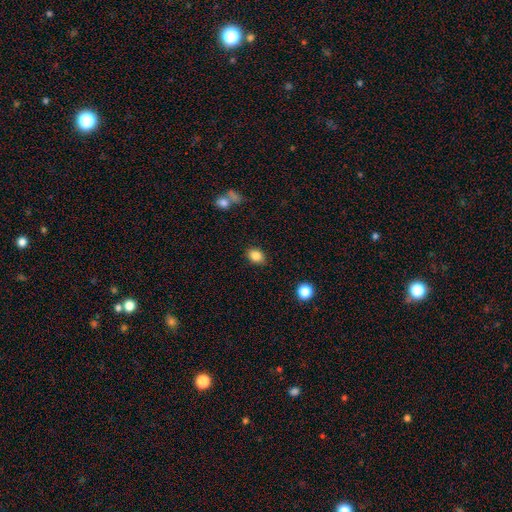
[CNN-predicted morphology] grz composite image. It shows a smooth galaxy with no disk features (85%) that is in between round and cigar-shaped (65%). Merging: none (86%).